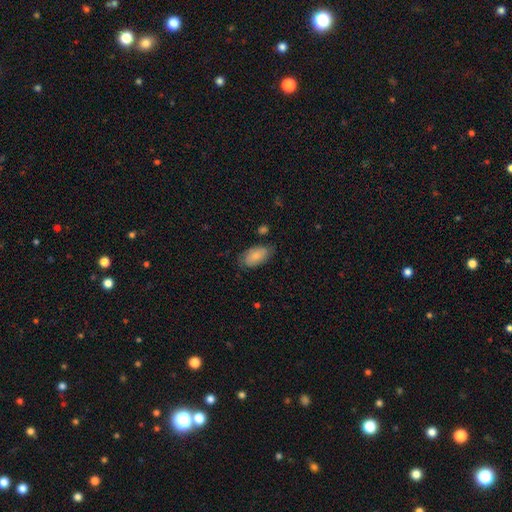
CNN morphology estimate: Smooth or featured?
  - smooth: 77% *
  - featured or disk: 17%
  - star or artifact: 6%
How rounded?
  - in between: 93% *
  - round: 4%
  - cigar-shaped: 3%
Merging?
  - none: 69% *
  - minor disturbance: 24%
  - major disturbance: 5%
  - merger: 2%